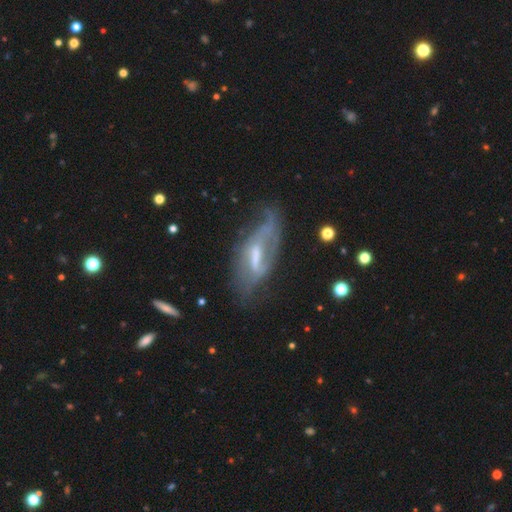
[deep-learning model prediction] Q: Smooth or featured?
A: featured or disk (71%); runner-up: smooth (20%)
Q: Edge-on disk?
A: no (83%); runner-up: yes (17%)
Q: Bar?
A: weak (46%); runner-up: strong (32%)
Q: Spiral arms?
A: yes (73%); runner-up: no (27%)
Q: Bulge size?
A: moderate (42%); runner-up: small (30%)
Q: Merging?
A: none (44%); runner-up: minor disturbance (27%)